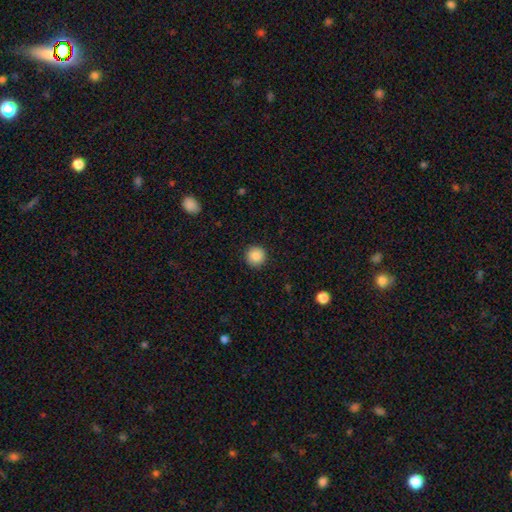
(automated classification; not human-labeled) smooth 88%, star or artifact 9%, featured or disk 3%. Down the decision tree: how rounded — round (95%); merging — none (92%).